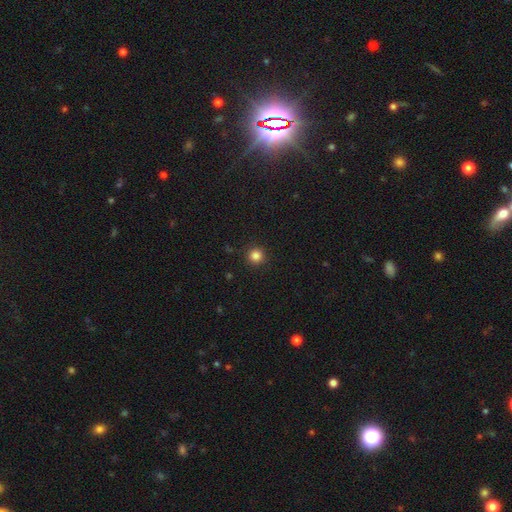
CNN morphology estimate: smooth 84%, star or artifact 12%, featured or disk 4%. Down the decision tree: how rounded — round (95%); merging — none (92%).